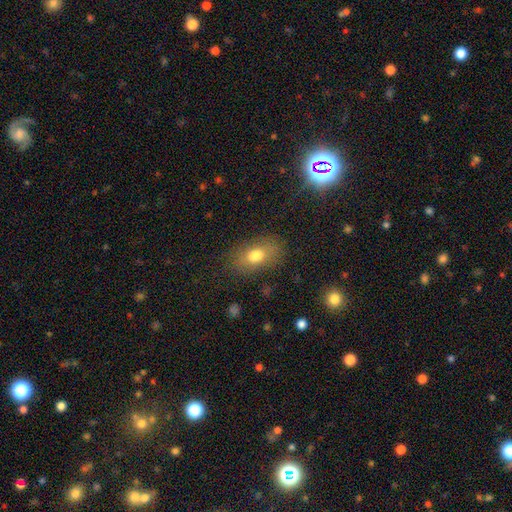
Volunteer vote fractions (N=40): Smooth or featured?
  - smooth: 82% *
  - star or artifact: 12%
  - featured or disk: 5%
How rounded?
  - in between: 82% *
  - round: 15%
  - cigar-shaped: 3%
Merging?
  - none: 83% *
  - minor disturbance: 14%
  - merger: 3%
  - major disturbance: 0%